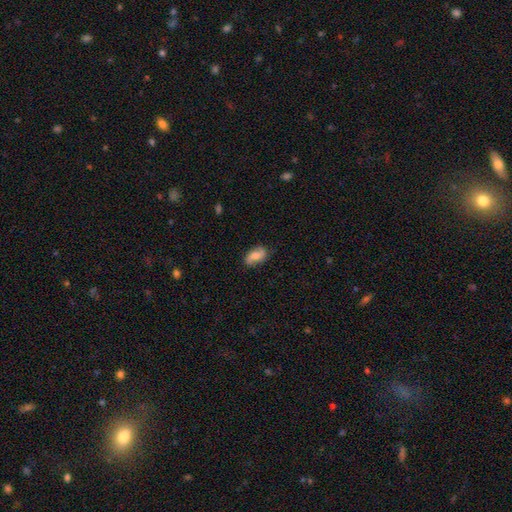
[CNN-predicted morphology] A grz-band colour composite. It shows a smooth galaxy with no disk features (52%) that is in between round and cigar-shaped (89%). Merging: none (78%).